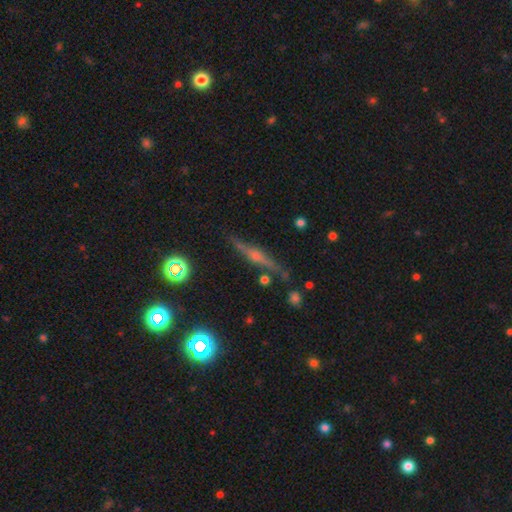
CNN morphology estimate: This appears to be a featured or disk galaxy (72%) viewed edge-on (96%) with a rounded central bulge (73%). Merging: none (85%).